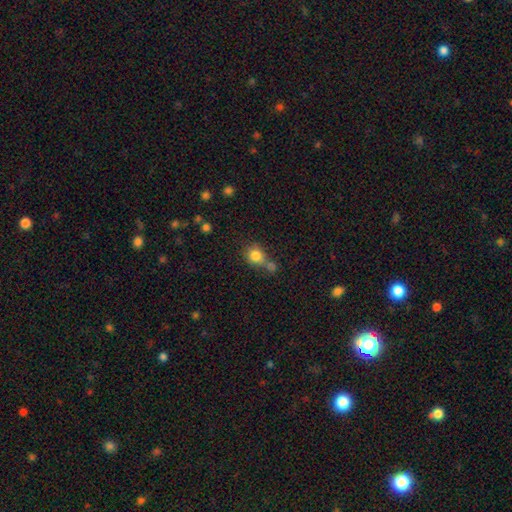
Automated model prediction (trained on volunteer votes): Morphology: type=smooth (81%); roundness=round (78%); merging=none (47%).